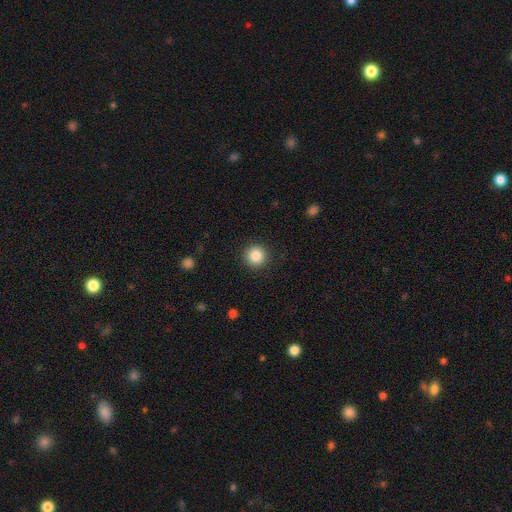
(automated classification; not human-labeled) Smooth or featured? smooth (86%)
How rounded? round (95%)
Merging? none (91%)